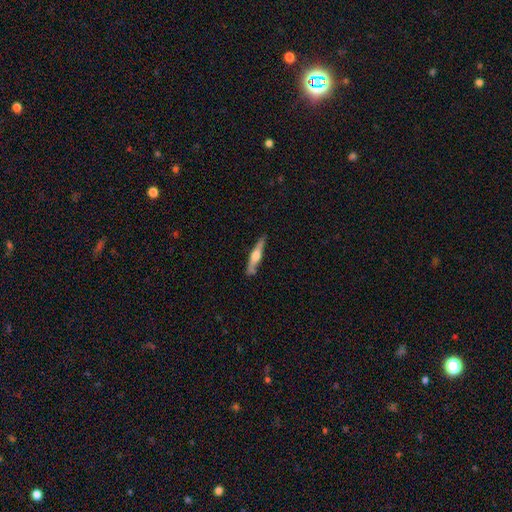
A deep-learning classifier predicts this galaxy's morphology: Smooth or featured?
  - featured or disk: 62% *
  - smooth: 33%
  - star or artifact: 5%
Edge-on disk?
  - yes: 96% *
  - no: 4%
Edge-on bulge?
  - rounded: 88% *
  - boxy: 7%
  - none: 4%
Merging?
  - none: 85% *
  - minor disturbance: 11%
  - major disturbance: 2%
  - merger: 2%